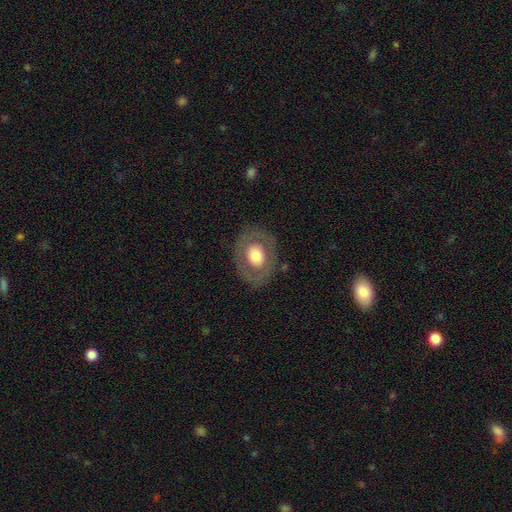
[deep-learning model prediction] Q: Smooth or featured?
A: smooth (57%); runner-up: featured or disk (37%)
Q: How rounded?
A: in between (56%); runner-up: round (44%)
Q: Merging?
A: none (81%); runner-up: minor disturbance (11%)